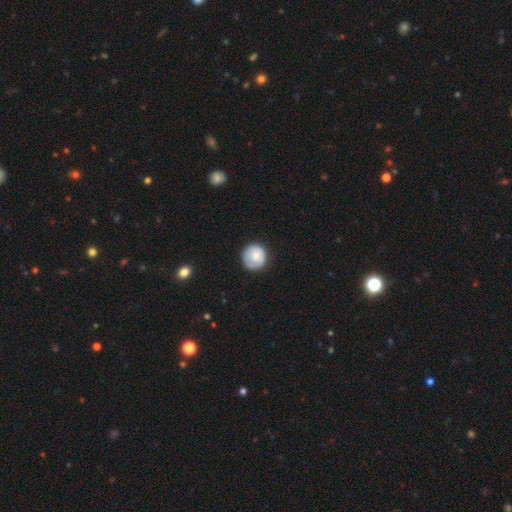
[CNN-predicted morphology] A smooth galaxy with no disk features (77%) that is round (94%). Merging: none (81%).